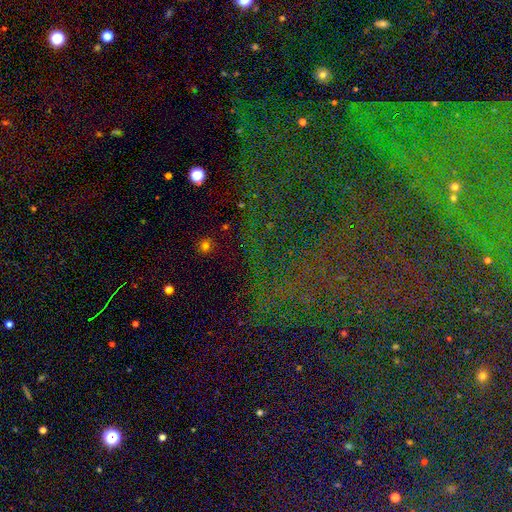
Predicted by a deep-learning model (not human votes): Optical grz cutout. It shows a star or artifact, not a galaxy (81%).